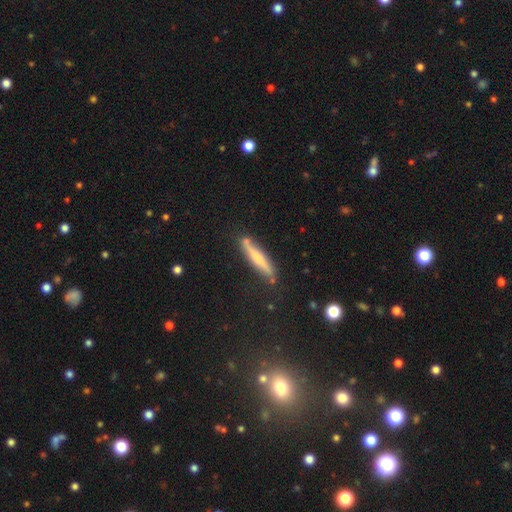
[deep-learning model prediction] Smooth or featured?
  - featured or disk: 46% *
  - smooth: 39%
  - star or artifact: 15%
Merging?
  - none: 78% *
  - minor disturbance: 15%
  - major disturbance: 4%
  - merger: 3%